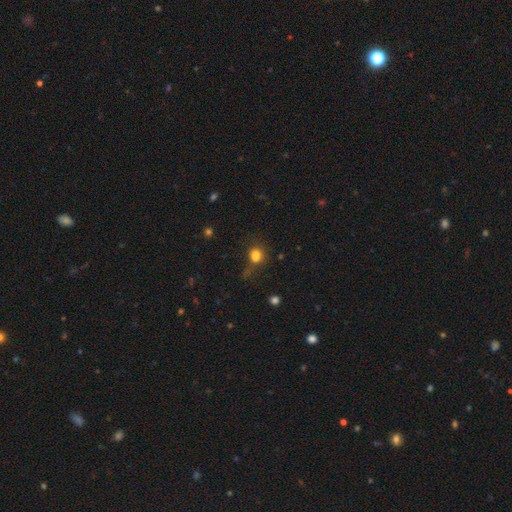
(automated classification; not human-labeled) A smooth galaxy with no disk features (75%) that is round (53%). Merging: none (45%).